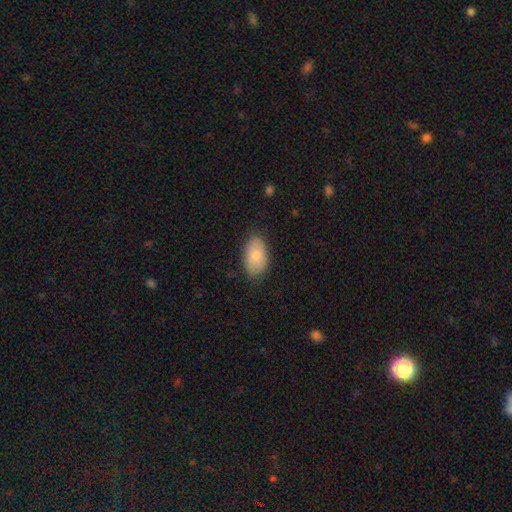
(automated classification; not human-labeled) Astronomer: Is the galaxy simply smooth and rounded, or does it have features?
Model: smooth — 80%.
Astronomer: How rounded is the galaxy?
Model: in between — 93%.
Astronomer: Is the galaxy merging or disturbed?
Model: none — 78%.